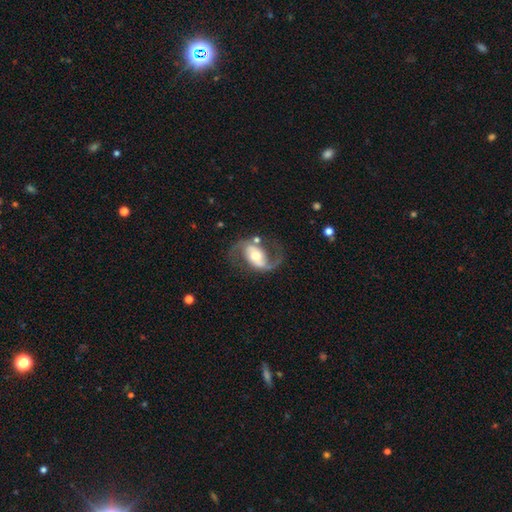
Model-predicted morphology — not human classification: Q: Smooth or featured?
A: featured or disk (85%); runner-up: smooth (10%)
Q: Edge-on disk?
A: no (97%); runner-up: yes (3%)
Q: Bar?
A: no (42%); runner-up: weak (34%)
Q: Spiral arms?
A: yes (94%); runner-up: no (6%)
Q: Spiral winding?
A: medium (45%); runner-up: loose (44%)
Q: Spiral arm count?
A: 2 (91%); runner-up: 1 (4%)
Q: Bulge size?
A: moderate (65%); runner-up: small (20%)
Q: Merging?
A: none (68%); runner-up: minor disturbance (15%)